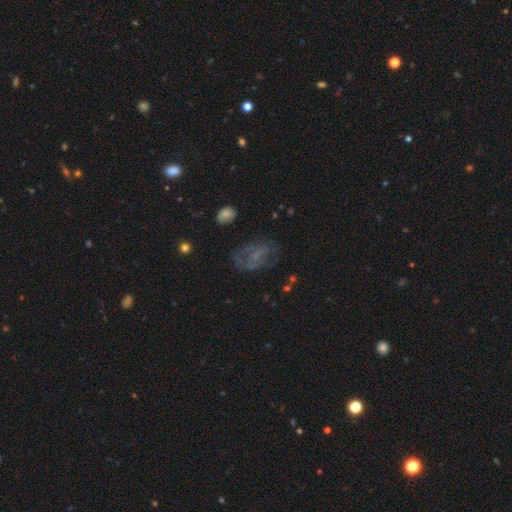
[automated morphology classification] Q: Smooth or featured?
A: featured or disk (47%); runner-up: smooth (33%)
Q: Merging?
A: none (52%); runner-up: major disturbance (24%)